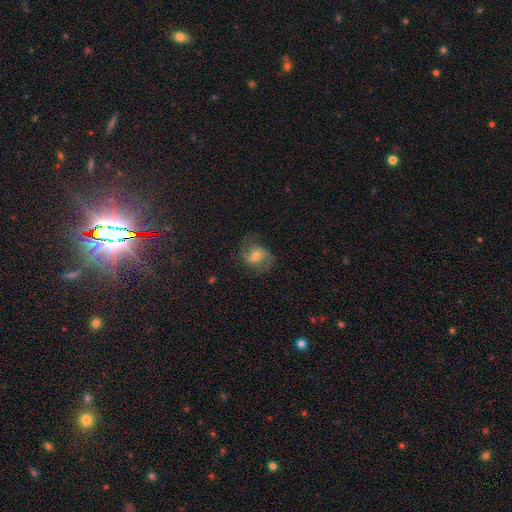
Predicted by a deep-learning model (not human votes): Q: Smooth or featured?
A: featured or disk (75%); runner-up: smooth (17%)
Q: Edge-on disk?
A: no (97%); runner-up: yes (3%)
Q: Bar?
A: no (46%); runner-up: weak (42%)
Q: Spiral arms?
A: yes (94%); runner-up: no (6%)
Q: Spiral winding?
A: medium (48%); runner-up: loose (37%)
Q: Spiral arm count?
A: 2 (88%); runner-up: can't tell (5%)
Q: Bulge size?
A: moderate (59%); runner-up: small (34%)
Q: Merging?
A: none (73%); runner-up: minor disturbance (17%)